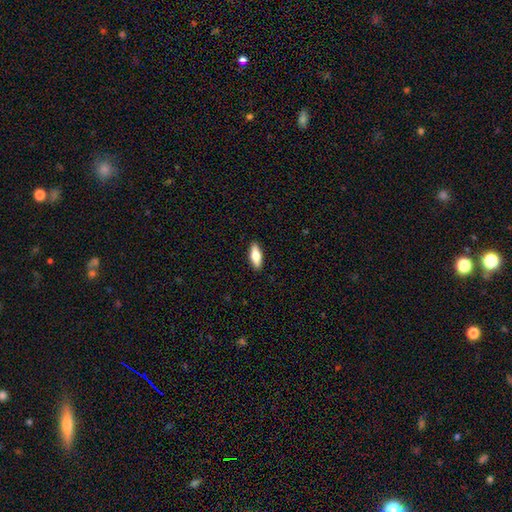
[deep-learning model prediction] Morphology: type=smooth (68%); roundness=in between (69%); merging=none (90%).